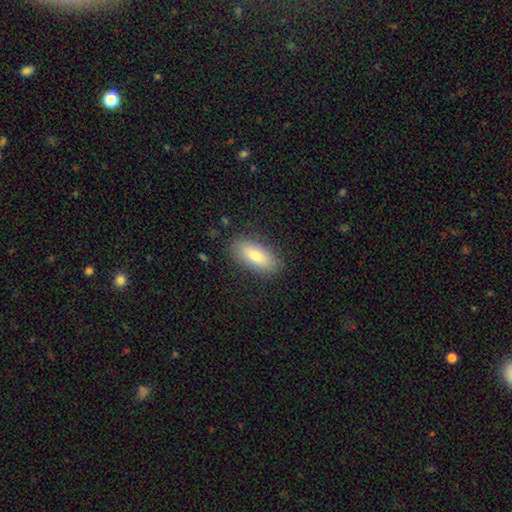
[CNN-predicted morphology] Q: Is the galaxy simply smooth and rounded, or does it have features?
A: smooth — 79%.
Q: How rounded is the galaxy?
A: in between — 83%.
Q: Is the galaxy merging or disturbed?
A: none — 86%.